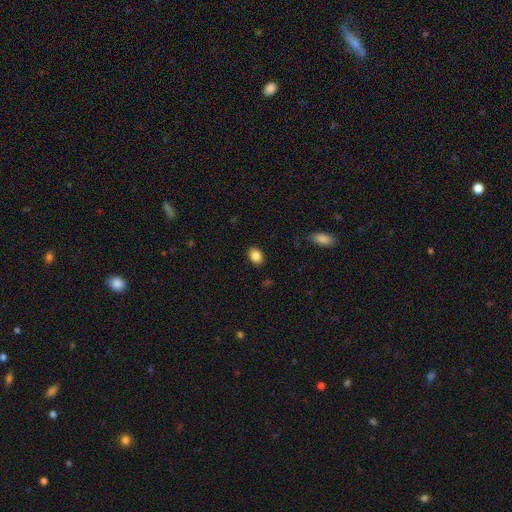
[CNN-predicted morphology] The model was most divided on "how rounded": in between: 75%, round: 24%, cigar-shaped: 1%. More confident: merging — none (88%); smooth or featured — smooth (86%).